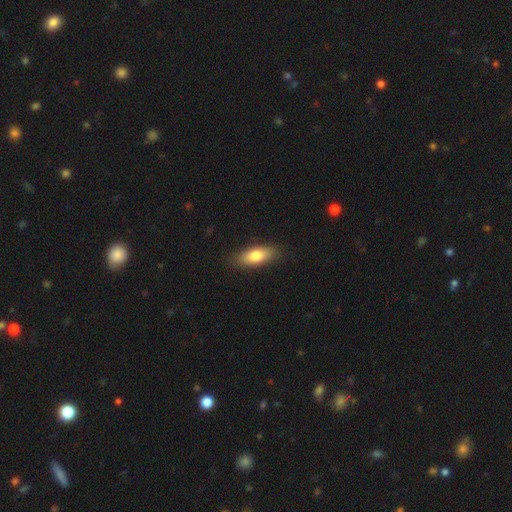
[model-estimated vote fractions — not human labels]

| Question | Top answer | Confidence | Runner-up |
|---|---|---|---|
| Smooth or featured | smooth | 77% | featured or disk (17%) |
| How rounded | in between | 74% | cigar-shaped (22%) |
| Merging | none | 87% | minor disturbance (10%) |